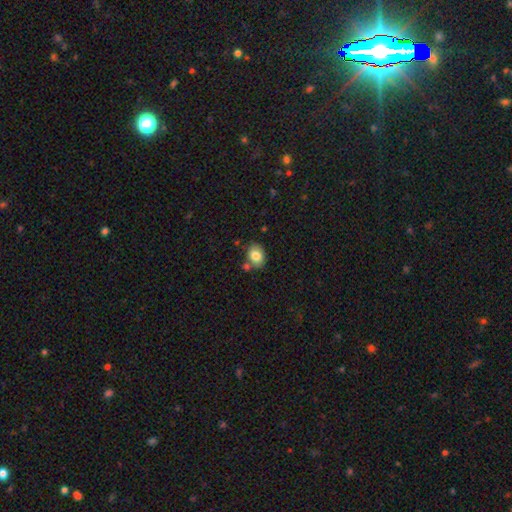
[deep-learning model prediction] The model was most divided on "how rounded": in between: 66%, round: 33%, cigar-shaped: 1%. More confident: smooth or featured — smooth (82%); merging — none (70%).